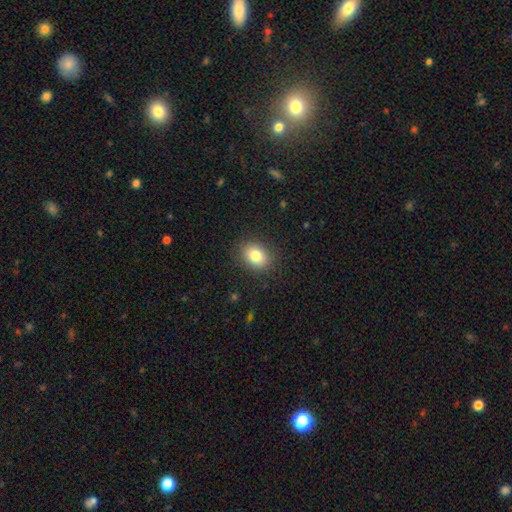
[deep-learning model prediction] smooth_or_featured: smooth (p=0.81) [alt: star or artifact p=0.10]
how_rounded: in between (p=0.60) [alt: round p=0.39]
merging: none (p=0.87) [alt: minor disturbance p=0.09]